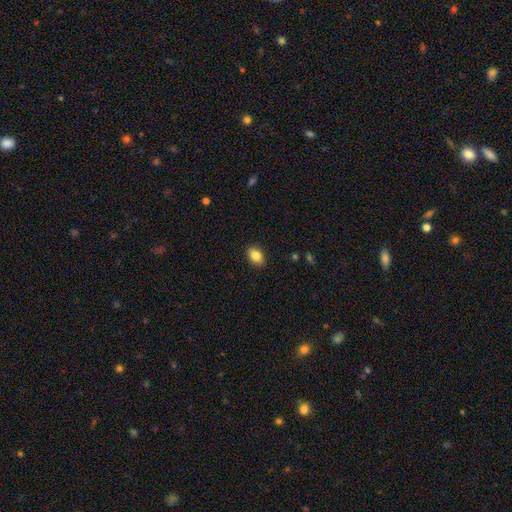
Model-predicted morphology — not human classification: smooth-or-featured: smooth: 84% | star or artifact: 8% | featured or disk: 8%
  how-rounded: in between: 81% | round: 18% | cigar-shaped: 2%
  merging: none: 89% | minor disturbance: 8% | major disturbance: 2% | merger: 1%